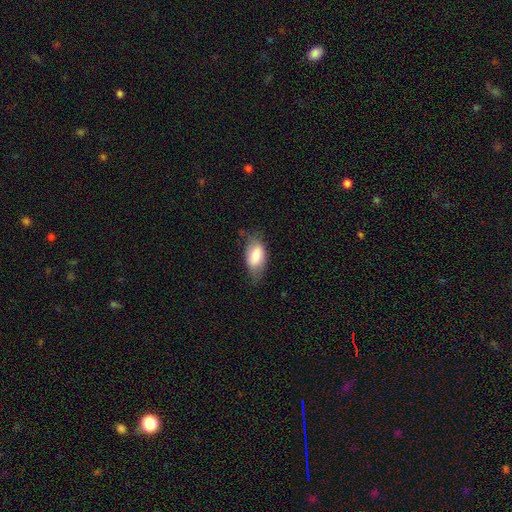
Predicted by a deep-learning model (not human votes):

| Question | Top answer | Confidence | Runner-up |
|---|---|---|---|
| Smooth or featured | smooth | 75% | featured or disk (19%) |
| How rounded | in between | 90% | cigar-shaped (5%) |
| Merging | none | 63% | minor disturbance (28%) |